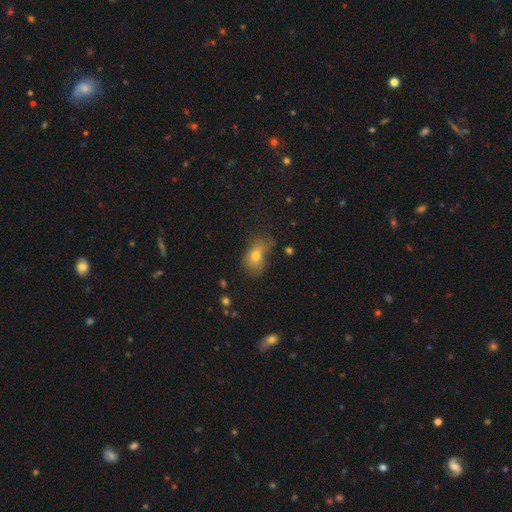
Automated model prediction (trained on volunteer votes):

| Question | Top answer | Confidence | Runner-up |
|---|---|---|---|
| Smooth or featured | smooth | 72% | featured or disk (15%) |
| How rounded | in between | 72% | round (26%) |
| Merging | none | 37% | minor disturbance (34%) |